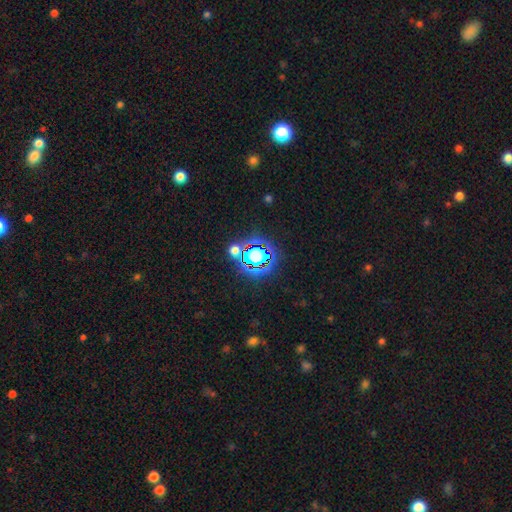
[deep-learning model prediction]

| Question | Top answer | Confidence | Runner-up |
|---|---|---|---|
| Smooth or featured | star or artifact | 79% | smooth (13%) |